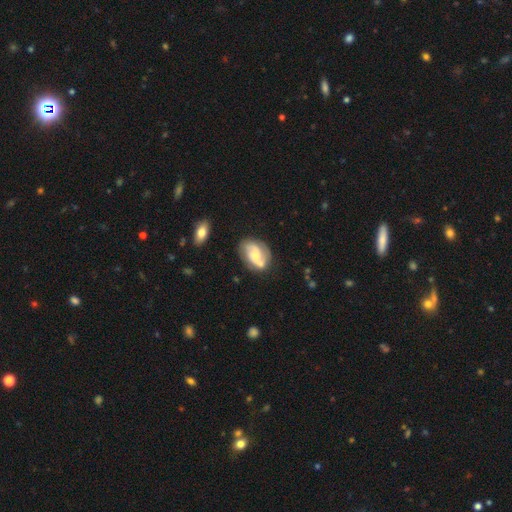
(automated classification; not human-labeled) Smooth or featured?
  - featured or disk: 66% *
  - smooth: 28%
  - star or artifact: 7%
Edge-on disk?
  - no: 97% *
  - yes: 3%
Bar?
  - no: 59% *
  - weak: 34%
  - strong: 7%
Spiral arms?
  - yes: 88% *
  - no: 12%
Spiral winding?
  - medium: 47% *
  - loose: 27%
  - tight: 27%
Spiral arm count?
  - 2: 77% *
  - can't tell: 11%
  - 1: 6%
  - 3: 3%
  - 4: 1%
  - more than 4: 1%
Bulge size?
  - moderate: 43% *
  - small: 38%
  - none: 9%
  - large: 8%
  - dominant: 2%
Merging?
  - none: 61% *
  - minor disturbance: 21%
  - merger: 10%
  - major disturbance: 8%